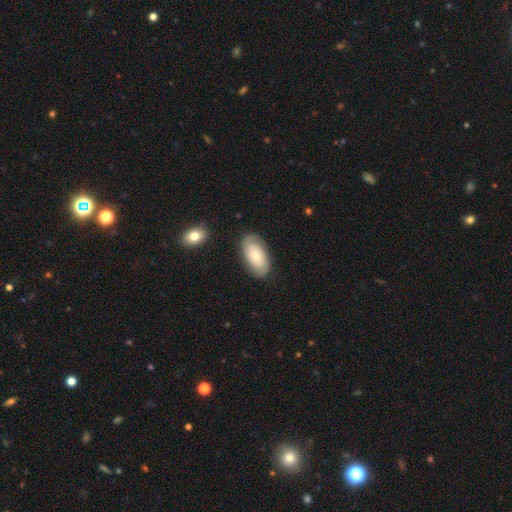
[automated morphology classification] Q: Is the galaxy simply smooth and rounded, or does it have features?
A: smooth — 57%.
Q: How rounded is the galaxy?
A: in between — 94%.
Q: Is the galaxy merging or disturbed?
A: none — 82%.